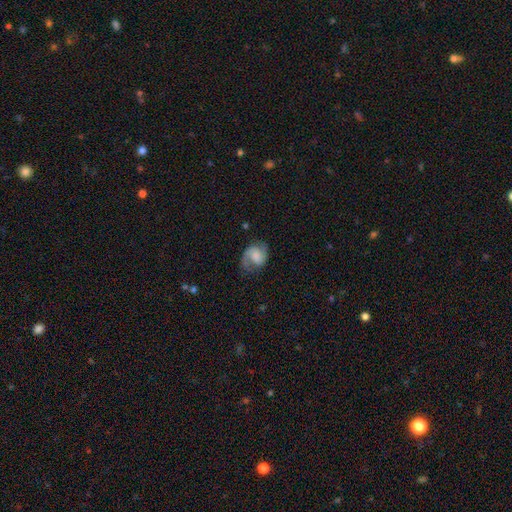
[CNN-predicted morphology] Smooth or featured?
  - featured or disk: 74% *
  - smooth: 19%
  - star or artifact: 7%
Edge-on disk?
  - no: 98% *
  - yes: 2%
Bar?
  - no: 54% *
  - weak: 38%
  - strong: 8%
Spiral arms?
  - yes: 95% *
  - no: 5%
Spiral winding?
  - medium: 49% *
  - loose: 29%
  - tight: 22%
Spiral arm count?
  - 2: 79% *
  - 1: 14%
  - can't tell: 4%
  - 3: 1%
  - 4: 1%
  - more than 4: 1%
Bulge size?
  - none: 35% *
  - large: 23%
  - moderate: 21%
  - small: 16%
  - dominant: 4%
Merging?
  - none: 66% *
  - minor disturbance: 20%
  - major disturbance: 12%
  - merger: 2%